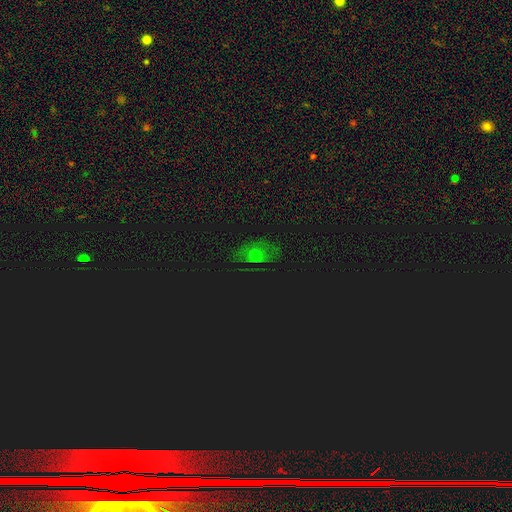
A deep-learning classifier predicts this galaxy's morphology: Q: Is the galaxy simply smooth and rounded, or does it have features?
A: star or artifact — 47%.